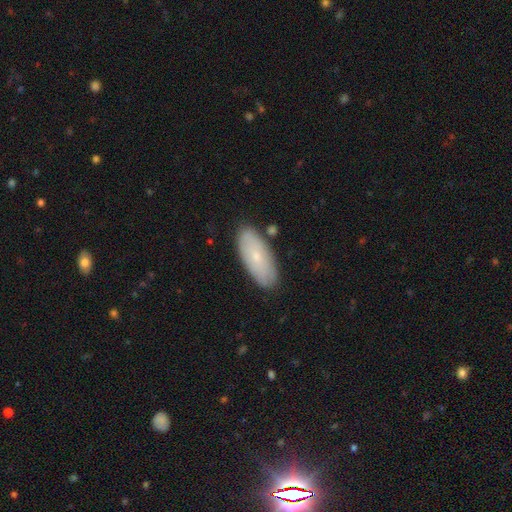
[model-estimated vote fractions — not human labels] smooth 64%, featured or disk 29%, star or artifact 7%. Down the decision tree: how rounded — in between (82%); merging — none (84%).